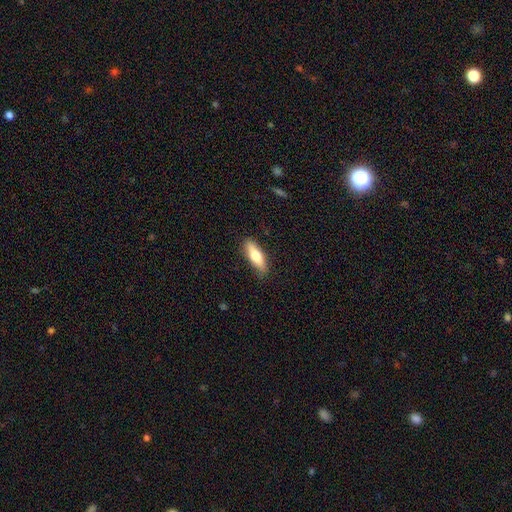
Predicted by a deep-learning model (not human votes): Smooth or featured?
  - smooth: 66% *
  - featured or disk: 28%
  - star or artifact: 6%
How rounded?
  - in between: 52% *
  - cigar-shaped: 46%
  - round: 2%
Merging?
  - none: 84% *
  - minor disturbance: 12%
  - major disturbance: 2%
  - merger: 1%